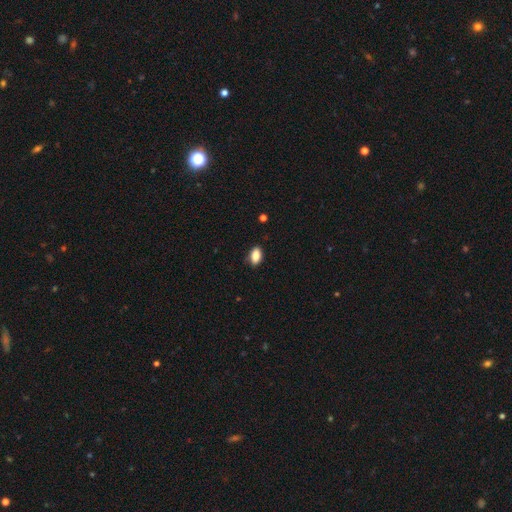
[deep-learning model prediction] Smooth or featured: smooth — 86% (star or artifact — 8%)
How rounded: in between — 91% (round — 6%)
Merging: none — 85% (minor disturbance — 12%)